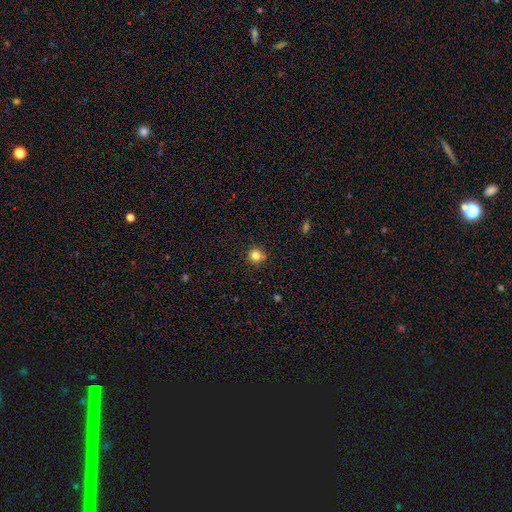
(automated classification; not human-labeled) A smooth galaxy with no disk features (82%) that is round (93%). Merging: none (86%).